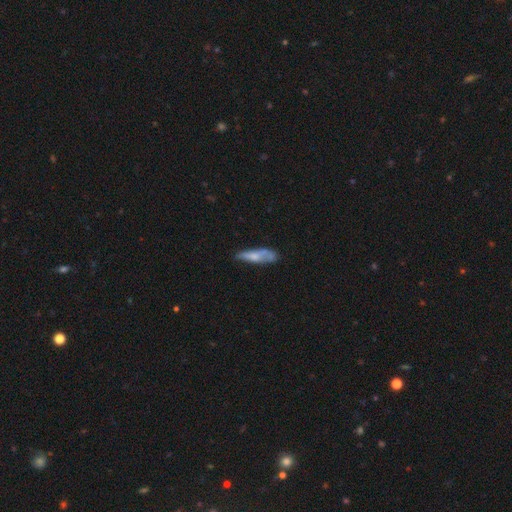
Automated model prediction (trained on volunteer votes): smooth-or-featured: smooth: 57% | featured or disk: 36% | star or artifact: 7%
  how-rounded: cigar-shaped: 66% | in between: 32% | round: 2%
  merging: none: 49% | minor disturbance: 29% | major disturbance: 14% | merger: 8%